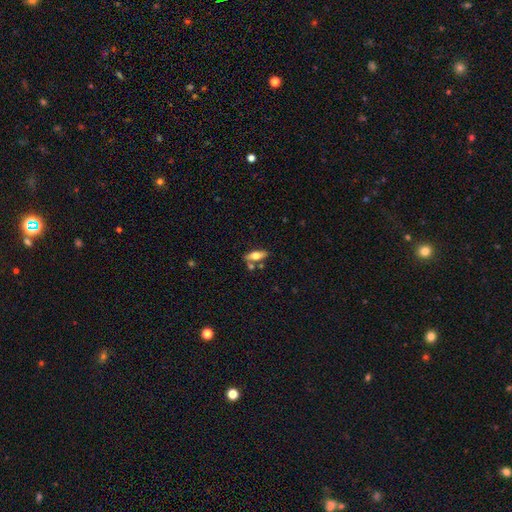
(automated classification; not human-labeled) This is possibly a smooth galaxy (58%). How rounded: likely in between (72%). Merging: likely none (69%).